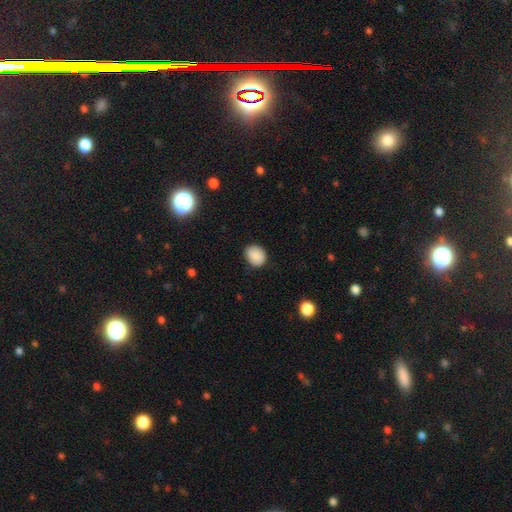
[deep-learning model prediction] The model was most divided on "how rounded": round: 50%, in between: 49%, cigar-shaped: 1%. More confident: smooth or featured — smooth (89%); merging — none (85%).